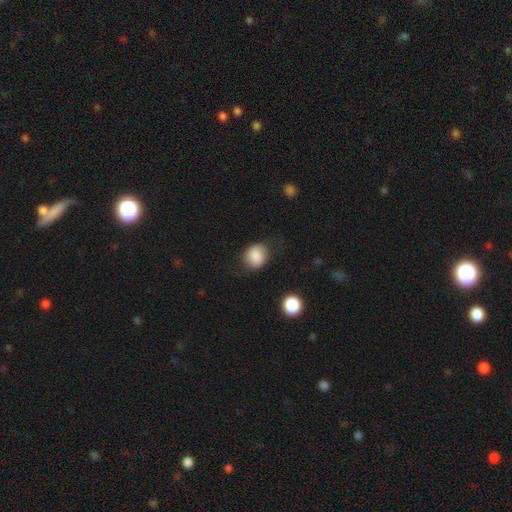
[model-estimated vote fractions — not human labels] smooth_or_featured: smooth (p=0.86) [alt: star or artifact p=0.09]
how_rounded: round (p=0.72) [alt: in between p=0.27]
merging: none (p=0.78) [alt: minor disturbance p=0.15]